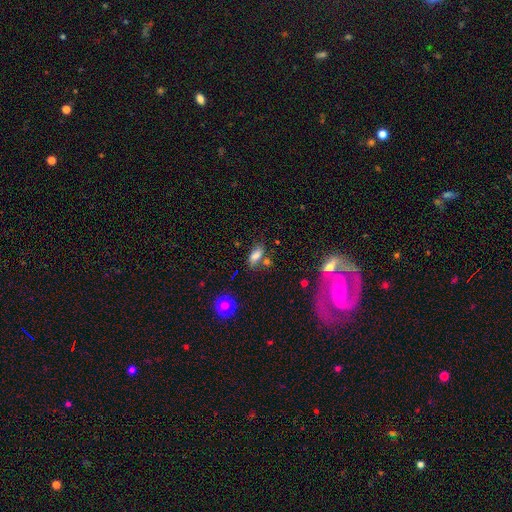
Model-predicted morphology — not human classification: Smooth or featured?
  - smooth: 77% *
  - featured or disk: 11%
  - star or artifact: 11%
How rounded?
  - in between: 78% *
  - cigar-shaped: 16%
  - round: 6%
Merging?
  - none: 59% *
  - minor disturbance: 18%
  - merger: 17%
  - major disturbance: 6%